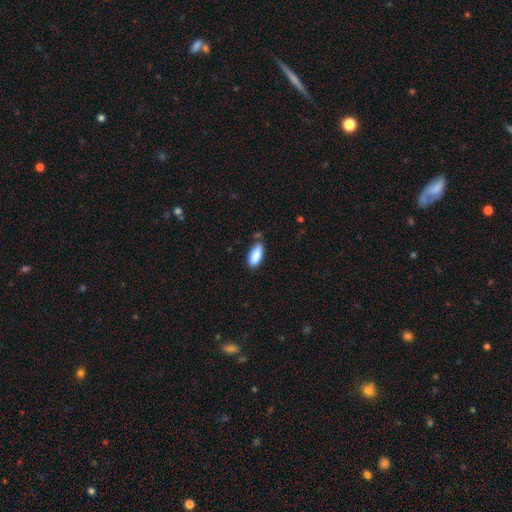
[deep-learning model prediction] Smooth or featured? Predicted: smooth (p=0.88). How rounded? Predicted: in between (p=0.83). Merging? Predicted: none (p=0.73).